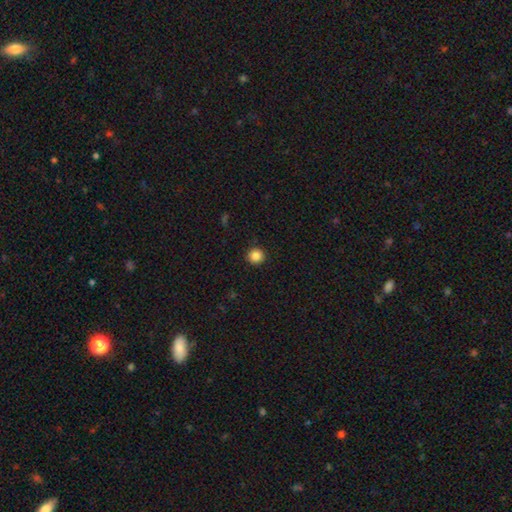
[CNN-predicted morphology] Overall: smooth (86%). How rounded: round (94%). Merging: none (92%).